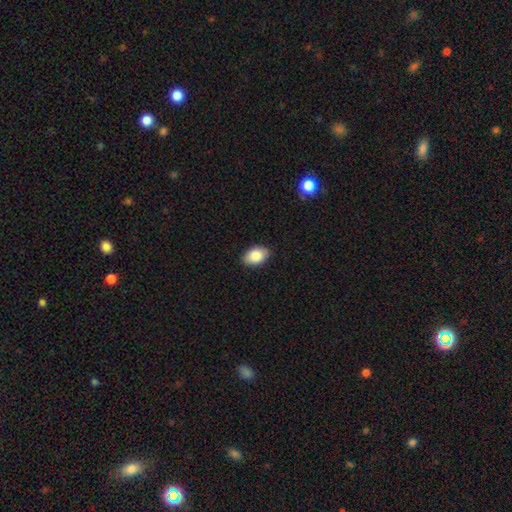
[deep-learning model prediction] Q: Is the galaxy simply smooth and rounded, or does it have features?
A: smooth — 85%.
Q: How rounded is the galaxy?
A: in between — 88%.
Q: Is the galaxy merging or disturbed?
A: none — 87%.